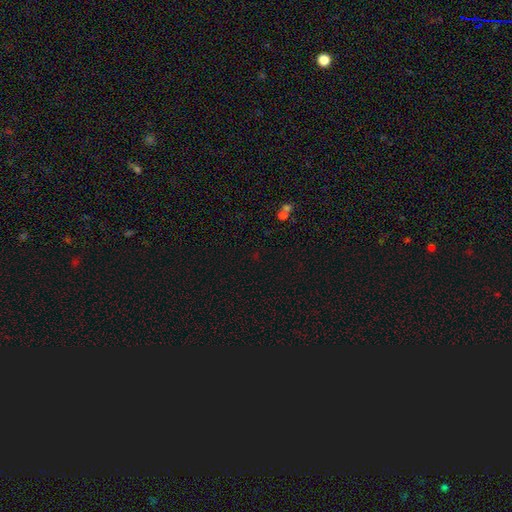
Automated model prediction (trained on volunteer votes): A star or artifact, not a galaxy (60%).